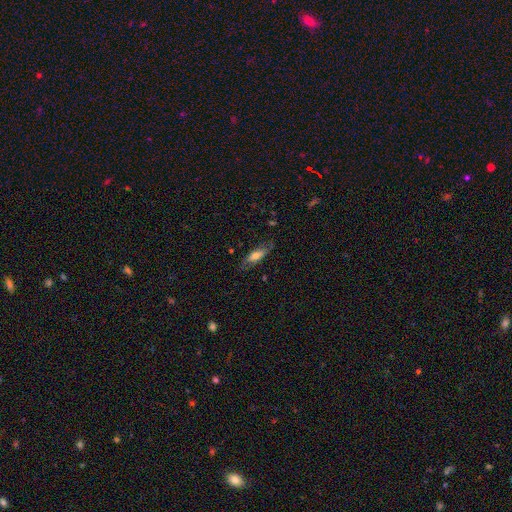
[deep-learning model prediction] A smooth galaxy with no disk features (52%) that is in between round and cigar-shaped (55%). Merging: none (72%).